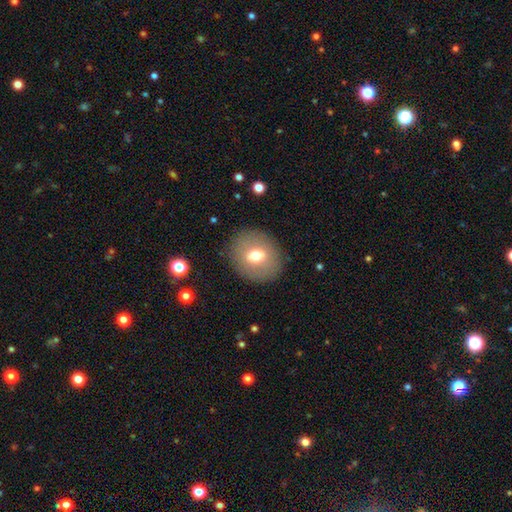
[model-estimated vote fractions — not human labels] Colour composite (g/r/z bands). It shows a smooth galaxy with no disk features (63%) that is round (71%). Merging: none (87%).